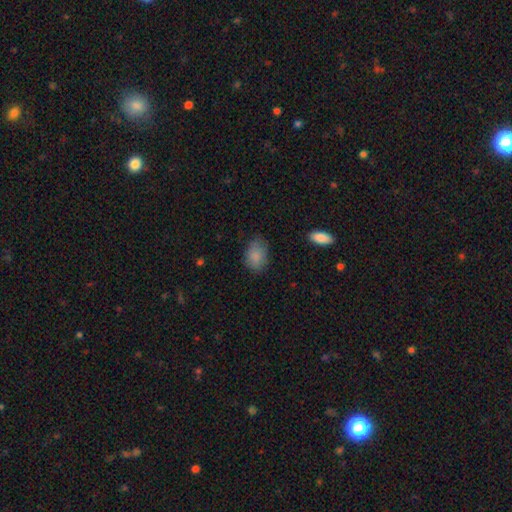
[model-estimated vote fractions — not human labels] Smooth or featured: smooth — 85% (star or artifact — 8%)
How rounded: in between — 79% (round — 20%)
Merging: none — 75% (minor disturbance — 19%)